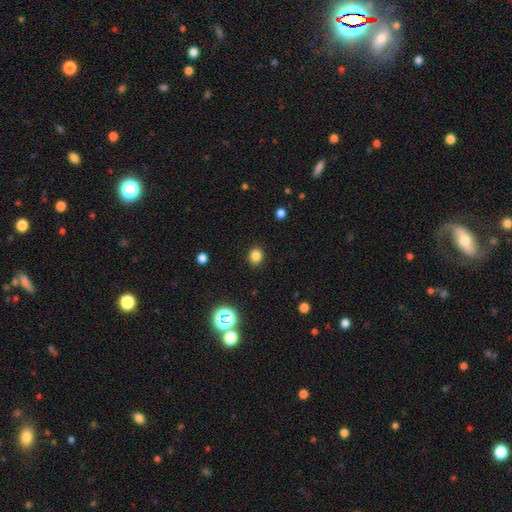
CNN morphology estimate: The model was most divided on "how rounded": round: 72%, in between: 27%, cigar-shaped: 1%. More confident: merging — none (90%); smooth or featured — smooth (82%).